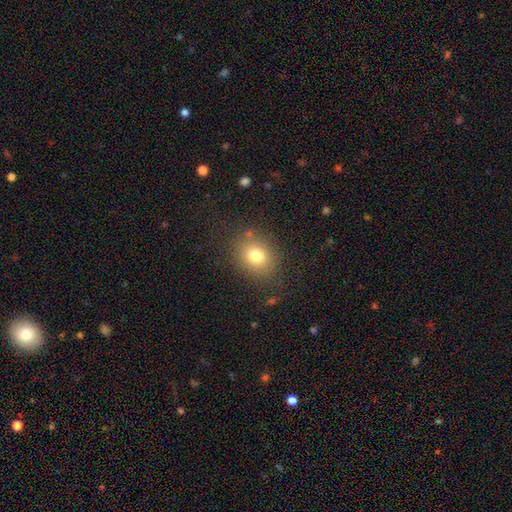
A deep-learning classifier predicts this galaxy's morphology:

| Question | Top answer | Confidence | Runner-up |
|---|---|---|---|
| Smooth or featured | smooth | 76% | star or artifact (13%) |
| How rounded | round | 62% | in between (37%) |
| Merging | none | 82% | minor disturbance (11%) |